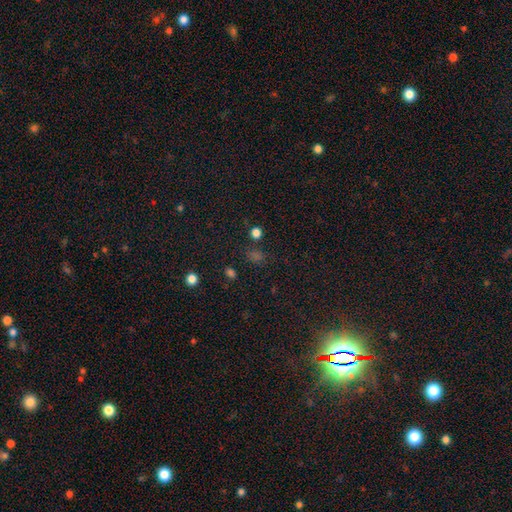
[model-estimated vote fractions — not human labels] star or artifact 50%, smooth 43%, featured or disk 7%.